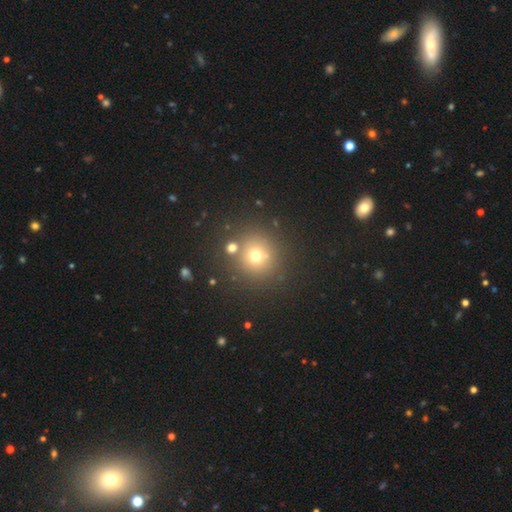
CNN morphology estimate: Smooth or featured: smooth — 67% (star or artifact — 21%)
How rounded: round — 93% (in between — 7%)
Merging: none — 78% (merger — 10%)